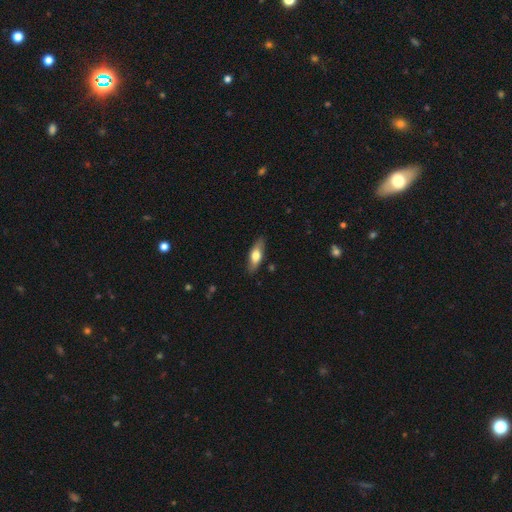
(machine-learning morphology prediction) smooth_or_featured: smooth (p=0.64) [alt: featured or disk p=0.30]
how_rounded: in between (p=0.61) [alt: cigar-shaped p=0.36]
merging: none (p=0.84) [alt: minor disturbance p=0.12]